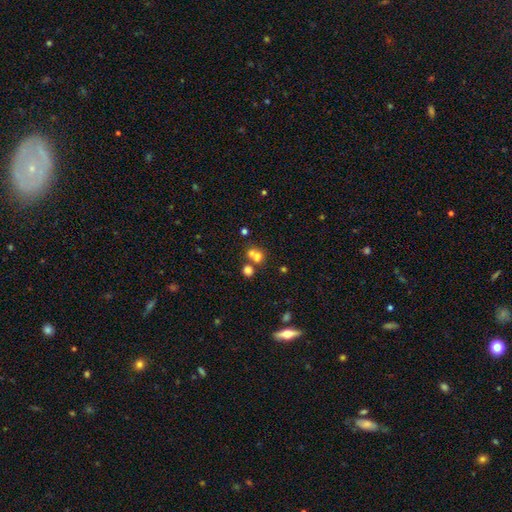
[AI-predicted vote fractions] Q: Smooth or featured?
A: smooth (65%); runner-up: star or artifact (19%)
Q: How rounded?
A: round (77%); runner-up: in between (22%)
Q: Merging?
A: merger (52%); runner-up: none (38%)